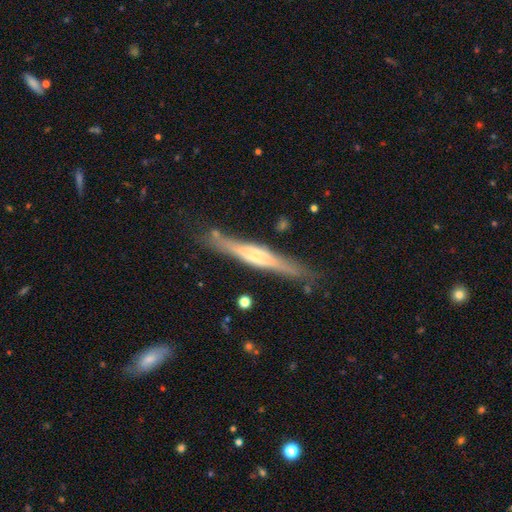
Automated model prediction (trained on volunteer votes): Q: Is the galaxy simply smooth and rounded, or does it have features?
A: featured or disk — 70%.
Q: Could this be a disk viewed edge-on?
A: yes — 95%.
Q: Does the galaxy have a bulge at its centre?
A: rounded — 51%.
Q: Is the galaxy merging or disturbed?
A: none — 80%.